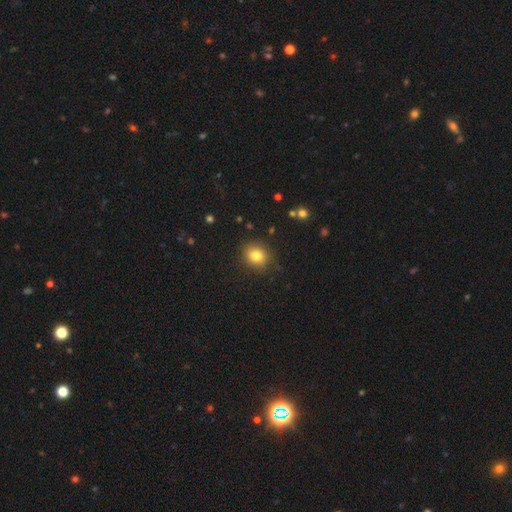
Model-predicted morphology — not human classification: The model was most divided on "how rounded": round: 75%, in between: 24%, cigar-shaped: 1%. More confident: merging — none (84%); smooth or featured — smooth (81%).